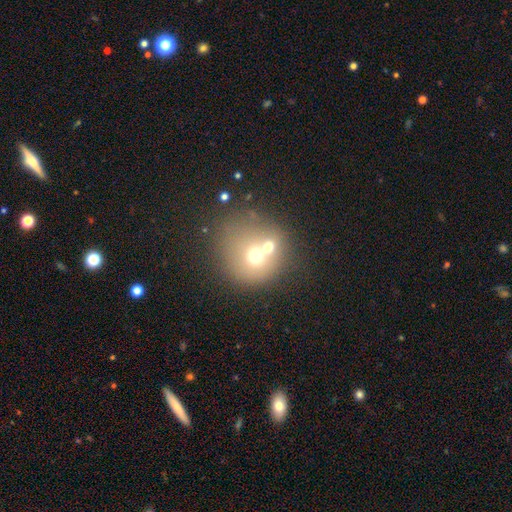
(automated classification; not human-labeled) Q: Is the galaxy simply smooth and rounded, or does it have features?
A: smooth — 62%.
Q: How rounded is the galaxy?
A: round — 79%.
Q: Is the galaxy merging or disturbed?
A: merger — 51%.